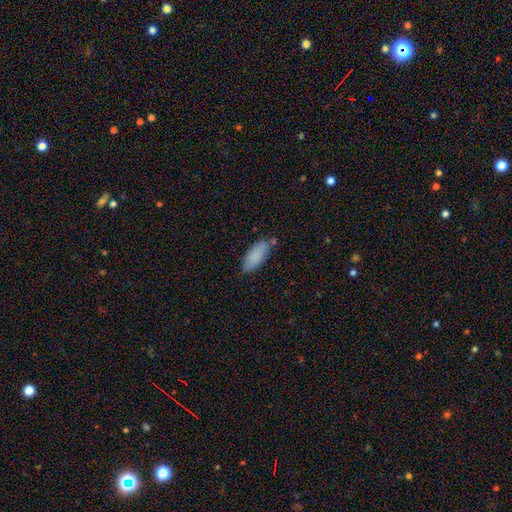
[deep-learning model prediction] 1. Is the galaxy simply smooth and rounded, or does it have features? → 85% smooth, 8% featured or disk, 7% star or artifact.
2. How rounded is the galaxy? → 84% in between, 14% cigar-shaped, 2% round.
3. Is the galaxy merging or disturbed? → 69% none, 22% minor disturbance, 5% merger, 4% major disturbance.